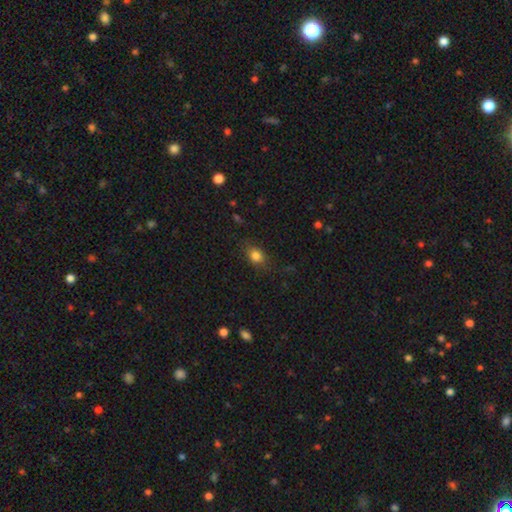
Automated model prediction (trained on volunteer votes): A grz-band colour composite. It shows a smooth galaxy with no disk features (81%) that is in between round and cigar-shaped (59%). Merging: none (77%).